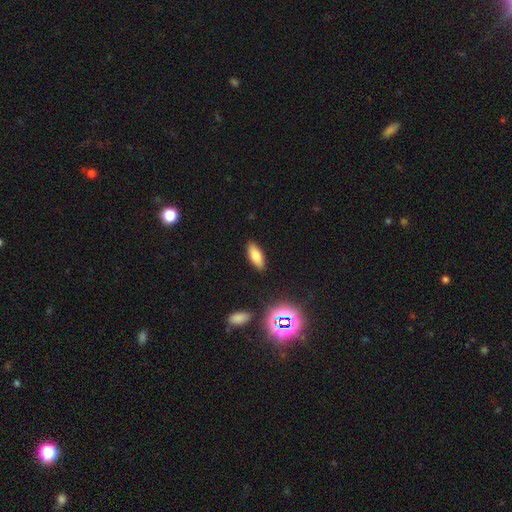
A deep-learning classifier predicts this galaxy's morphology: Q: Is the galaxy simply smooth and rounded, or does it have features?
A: smooth — 77%.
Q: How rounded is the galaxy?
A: in between — 80%.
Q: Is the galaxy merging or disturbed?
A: none — 88%.